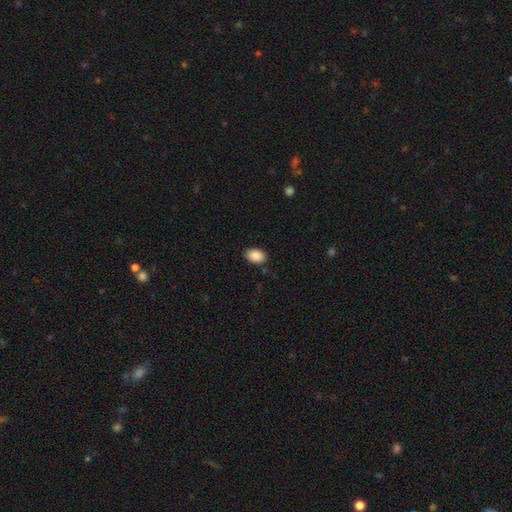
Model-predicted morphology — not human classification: Smooth or featured?
  - smooth: 89% *
  - star or artifact: 7%
  - featured or disk: 4%
How rounded?
  - in between: 84% *
  - round: 15%
  - cigar-shaped: 1%
Merging?
  - none: 87% *
  - minor disturbance: 9%
  - major disturbance: 2%
  - merger: 1%